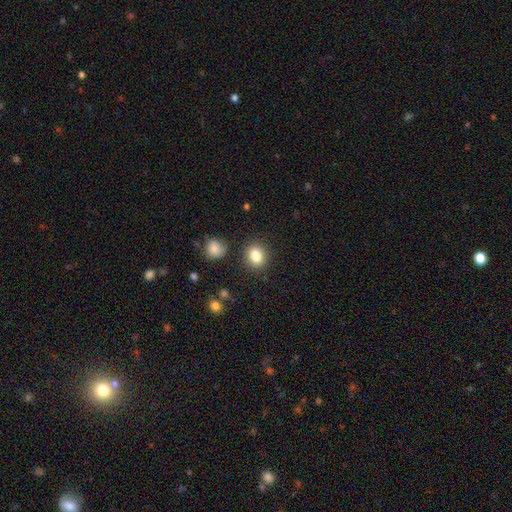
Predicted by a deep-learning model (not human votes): Smooth or featured?
  - smooth: 84% *
  - star or artifact: 10%
  - featured or disk: 7%
How rounded?
  - round: 60% *
  - in between: 39%
  - cigar-shaped: 1%
Merging?
  - none: 86% *
  - minor disturbance: 9%
  - major disturbance: 3%
  - merger: 3%